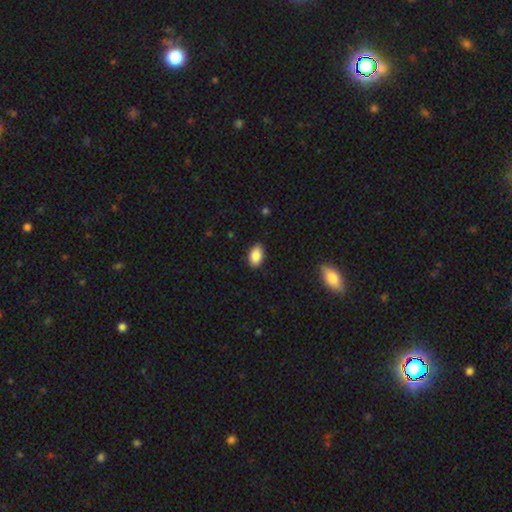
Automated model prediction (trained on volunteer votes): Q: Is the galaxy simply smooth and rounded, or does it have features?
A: smooth — 88%.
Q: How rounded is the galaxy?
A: in between — 91%.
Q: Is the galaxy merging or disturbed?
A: none — 89%.